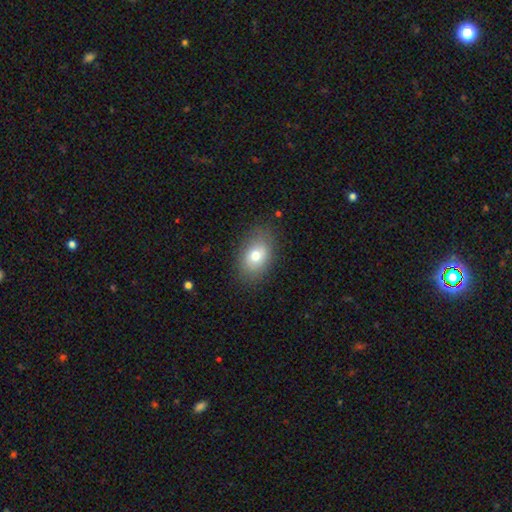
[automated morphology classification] Smooth or featured?
  - smooth: 75% *
  - featured or disk: 16%
  - star or artifact: 9%
How rounded?
  - in between: 84% *
  - round: 15%
  - cigar-shaped: 1%
Merging?
  - none: 81% *
  - minor disturbance: 14%
  - major disturbance: 4%
  - merger: 1%